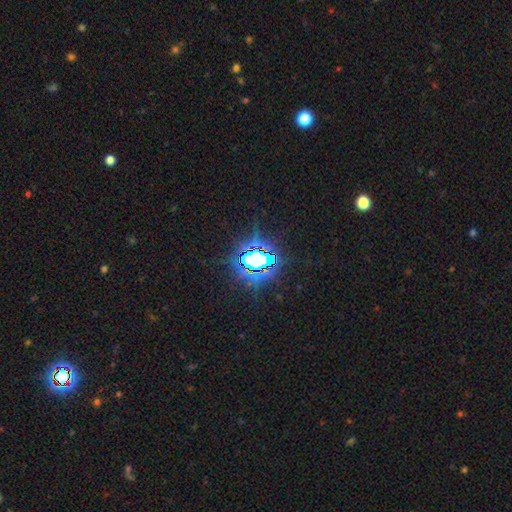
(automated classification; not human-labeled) Smooth or featured?
  - star or artifact: 82% *
  - smooth: 10%
  - featured or disk: 7%